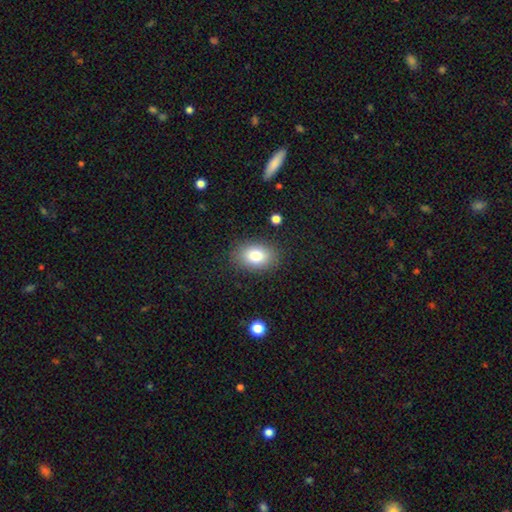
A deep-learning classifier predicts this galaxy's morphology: smooth 81%, featured or disk 10%, star or artifact 9%. Down the decision tree: how rounded — in between (78%); merging — none (85%).